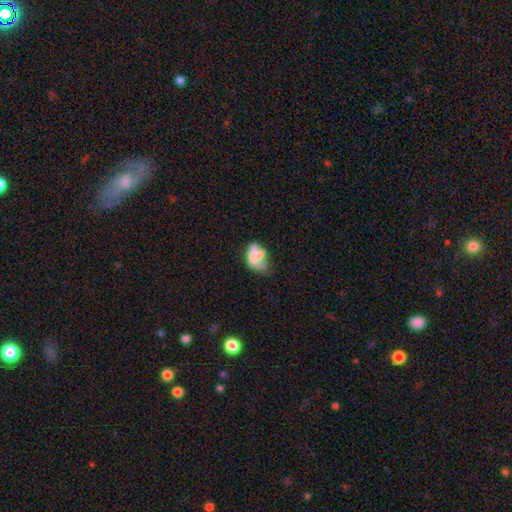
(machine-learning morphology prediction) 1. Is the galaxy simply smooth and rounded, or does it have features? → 62% smooth, 28% featured or disk, 10% star or artifact.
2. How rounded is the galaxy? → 82% in between, 15% round, 2% cigar-shaped.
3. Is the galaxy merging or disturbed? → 30% minor disturbance, 28% major disturbance, 27% none, 14% merger.